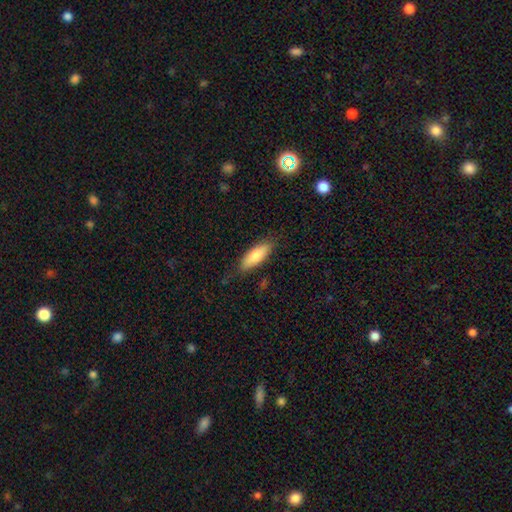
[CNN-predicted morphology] Smooth or featured? smooth (80%)
How rounded? in between (65%)
Merging? none (78%)